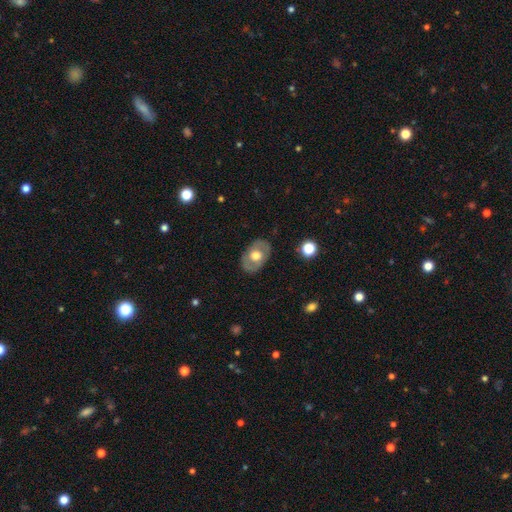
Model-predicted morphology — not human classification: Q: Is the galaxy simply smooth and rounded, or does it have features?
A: smooth — 47%, tied with featured or disk.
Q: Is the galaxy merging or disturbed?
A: none — 82%.